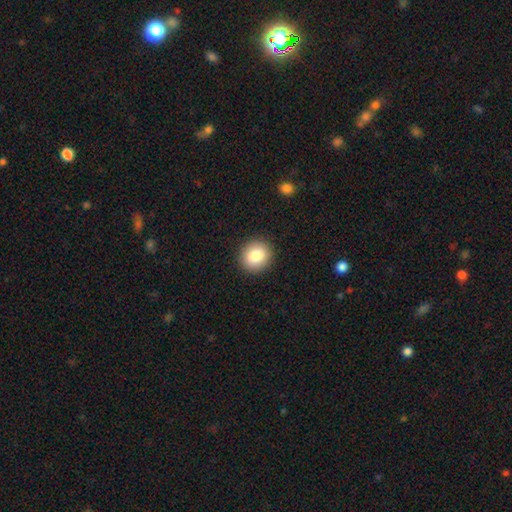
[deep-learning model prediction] Morphology: type=smooth (84%); roundness=round (79%); merging=none (91%).